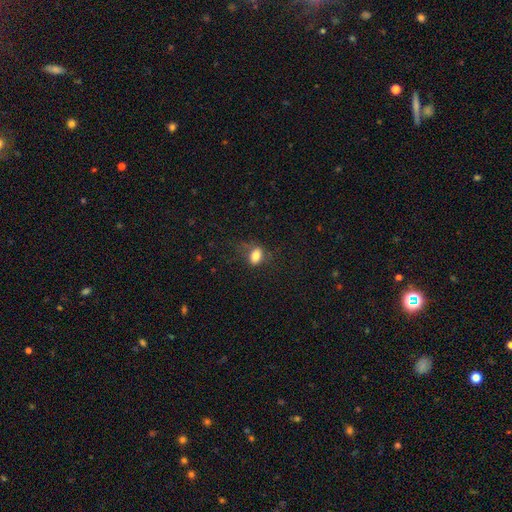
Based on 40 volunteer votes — Smooth or featured? smooth (85%)
How rounded? in between (82%)
Merging? none (67%)